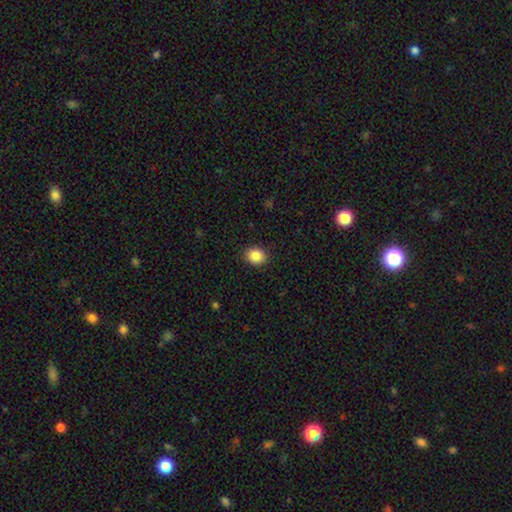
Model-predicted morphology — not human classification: smooth_or_featured: smooth (p=0.87) [alt: star or artifact p=0.09]
how_rounded: round (p=0.58) [alt: in between p=0.42]
merging: none (p=0.90) [alt: minor disturbance p=0.07]